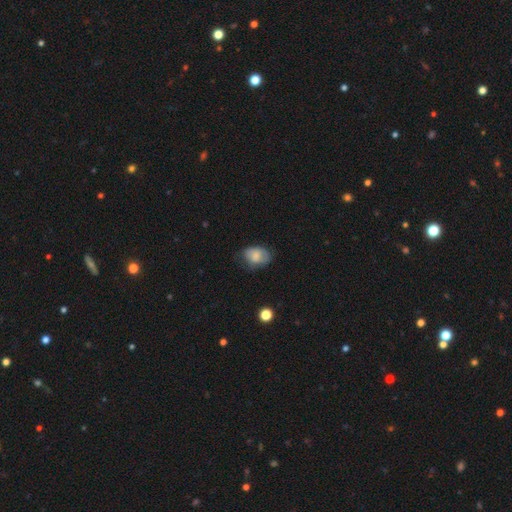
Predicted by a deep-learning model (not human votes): A smooth galaxy with no disk features (76%) that is in between round and cigar-shaped (75%).

Vote fractions:
- Smooth or featured? smooth: 76% / featured or disk: 15% / star or artifact: 8%
- How rounded? in between: 75% / round: 24% / cigar-shaped: 1%
- Merging? none: 57% / minor disturbance: 31% / major disturbance: 10% / merger: 1%